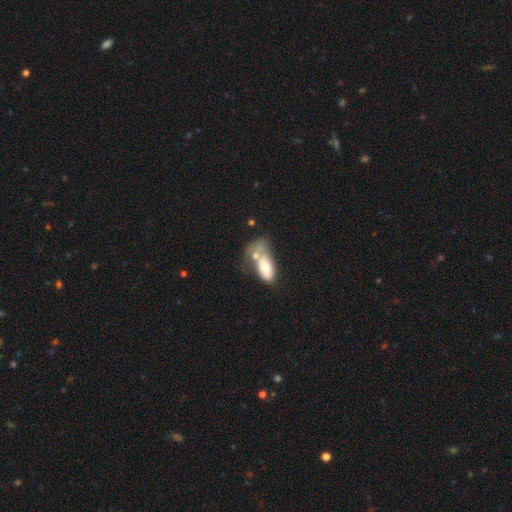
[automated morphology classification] The model was most divided on "merging": merger: 48%, major disturbance: 21%, none: 17%, minor disturbance: 14%. More confident: how rounded — in between (86%); smooth or featured — smooth (67%).